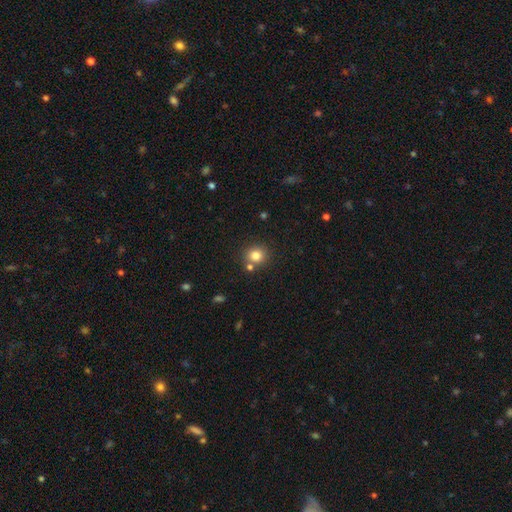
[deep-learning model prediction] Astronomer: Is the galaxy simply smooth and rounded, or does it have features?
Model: smooth — 81%.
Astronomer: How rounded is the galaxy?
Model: round — 85%.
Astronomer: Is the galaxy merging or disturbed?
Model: none — 76%.